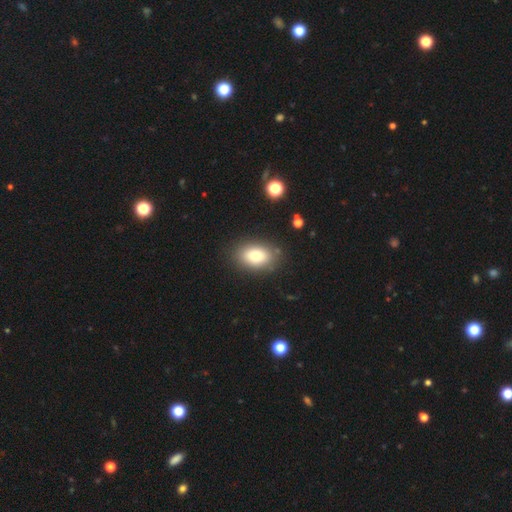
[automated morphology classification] Smooth or featured: smooth — 80% (featured or disk — 11%)
How rounded: in between — 85% (round — 14%)
Merging: none — 85% (minor disturbance — 10%)